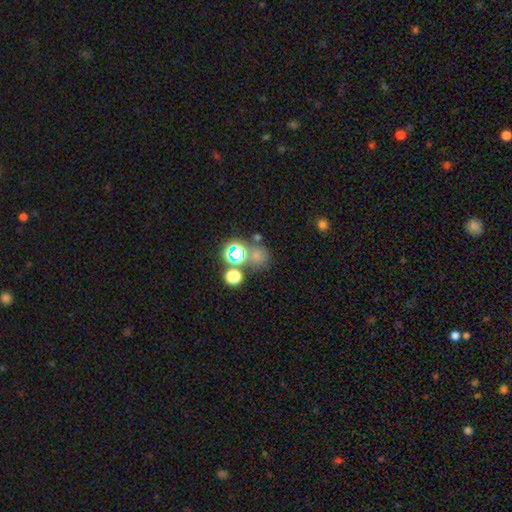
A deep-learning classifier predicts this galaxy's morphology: Smooth or featured?
  - smooth: 58% *
  - star or artifact: 33%
  - featured or disk: 10%
How rounded?
  - round: 79% *
  - in between: 19%
  - cigar-shaped: 1%
Merging?
  - none: 59% *
  - merger: 25%
  - minor disturbance: 10%
  - major disturbance: 6%